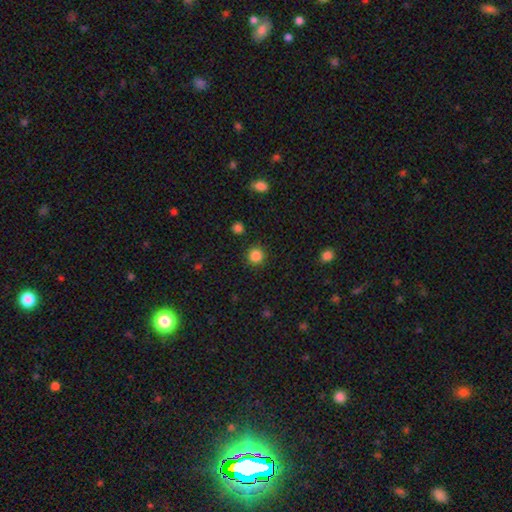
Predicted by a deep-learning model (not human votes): Overall: smooth (85%). How rounded: round (94%). Merging: none (91%).